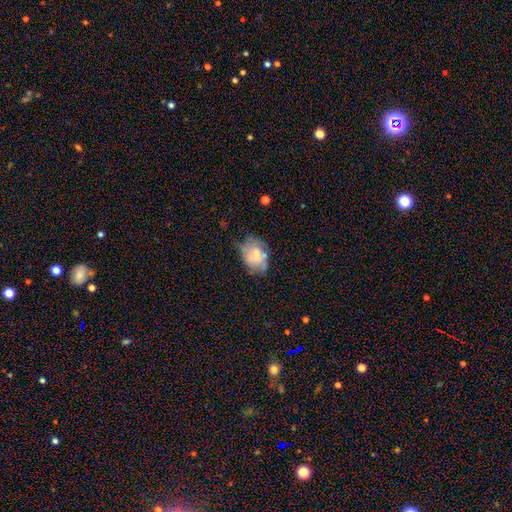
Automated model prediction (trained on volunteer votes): Smooth or featured? smooth (56%)
How rounded? in between (71%)
Merging? none (44%)